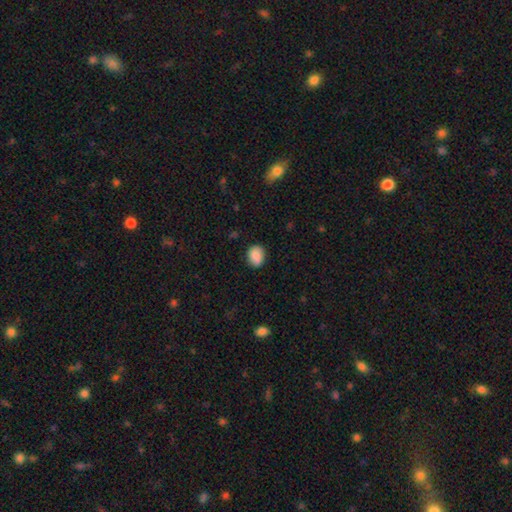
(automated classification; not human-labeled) Smooth or featured?
  - smooth: 88% *
  - star or artifact: 8%
  - featured or disk: 5%
How rounded?
  - in between: 55% *
  - round: 44%
  - cigar-shaped: 1%
Merging?
  - none: 82% *
  - minor disturbance: 14%
  - major disturbance: 3%
  - merger: 1%